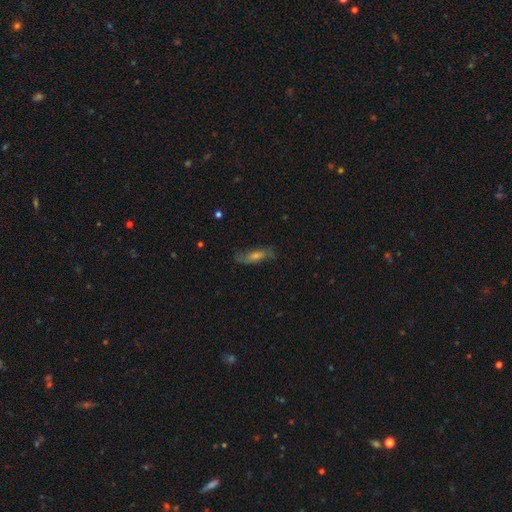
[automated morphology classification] A featured or disk galaxy (56%). Merging: none (73%).